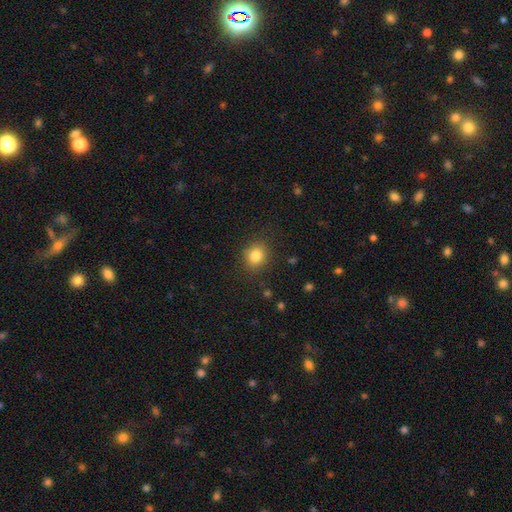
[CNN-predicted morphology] smooth_or_featured: smooth (p=0.83) [alt: star or artifact p=0.11]
how_rounded: round (p=0.77) [alt: in between p=0.22]
merging: none (p=0.87) [alt: minor disturbance p=0.09]